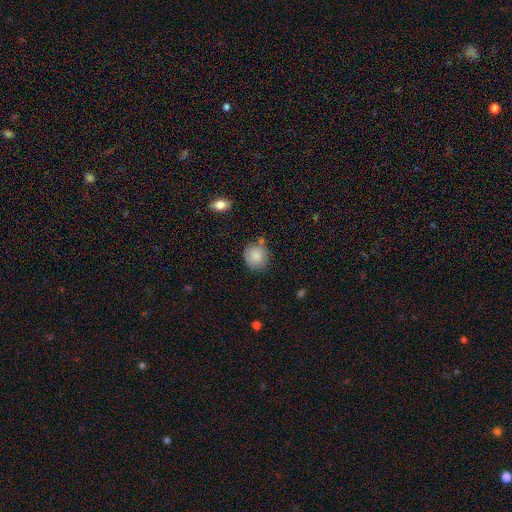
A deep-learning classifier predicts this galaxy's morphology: A smooth galaxy with no disk features (84%) that is round (83%).

Vote fractions:
- Smooth or featured? smooth: 84% / featured or disk: 9% / star or artifact: 8%
- How rounded? round: 83% / in between: 16% / cigar-shaped: 1%
- Merging? none: 70% / minor disturbance: 19% / merger: 6% / major disturbance: 5%